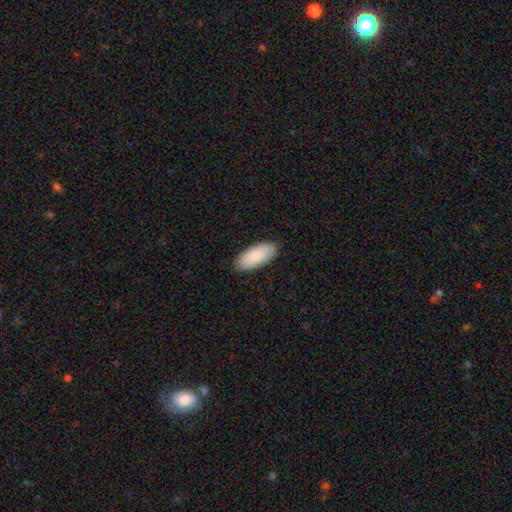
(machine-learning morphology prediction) Smooth or featured? smooth (88%)
How rounded? in between (87%)
Merging? none (88%)